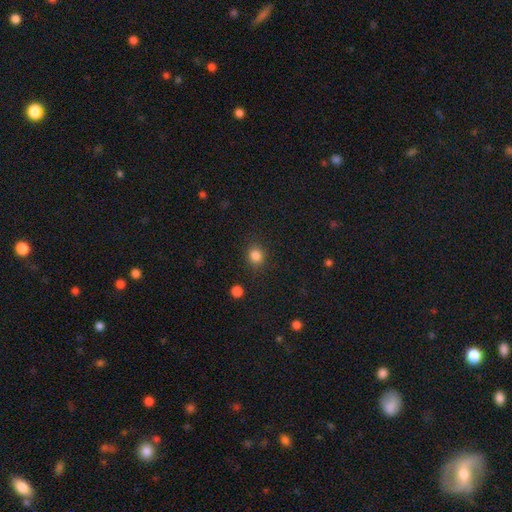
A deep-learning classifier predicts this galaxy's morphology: The model was most divided on "how rounded": round: 77%, in between: 22%, cigar-shaped: 1%. More confident: merging — none (87%); smooth or featured — smooth (84%).